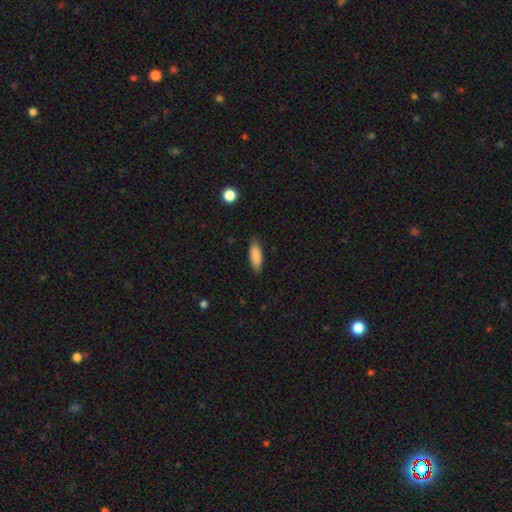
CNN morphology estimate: The model was most divided on "how rounded": in between: 65%, cigar-shaped: 33%, round: 2%. More confident: smooth or featured — smooth (87%); merging — none (81%).